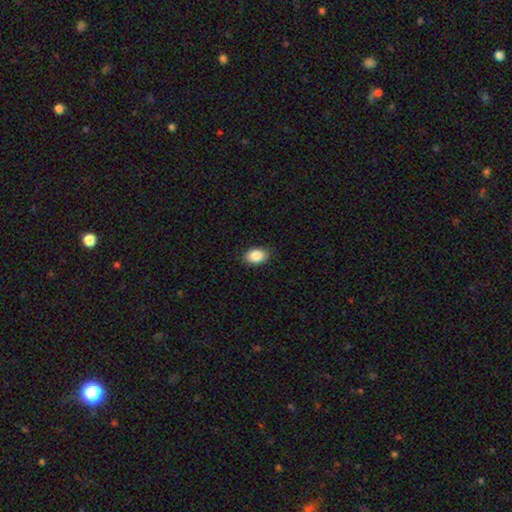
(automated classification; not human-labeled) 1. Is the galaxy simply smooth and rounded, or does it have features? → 88% smooth, 8% star or artifact, 4% featured or disk.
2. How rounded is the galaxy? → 83% in between, 16% round, 1% cigar-shaped.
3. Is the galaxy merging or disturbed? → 86% none, 11% minor disturbance, 2% major disturbance, 1% merger.